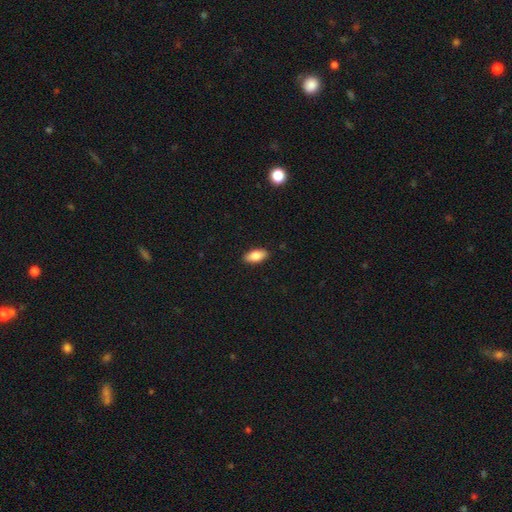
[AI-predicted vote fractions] A smooth galaxy with no disk features (83%) that is in between round and cigar-shaped (90%). Merging: none (90%).